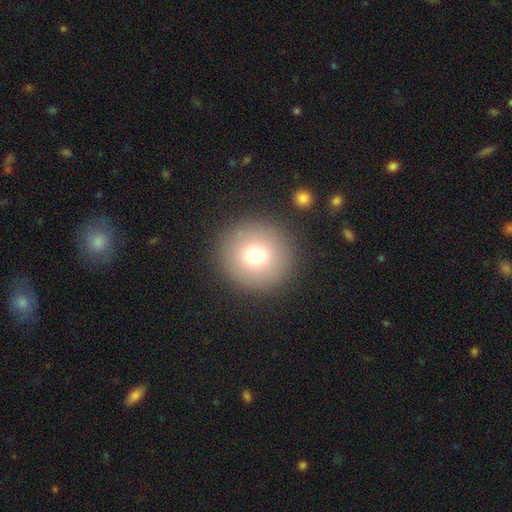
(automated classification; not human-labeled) Smooth or featured: smooth — 75% (featured or disk — 13%)
How rounded: round — 95% (in between — 4%)
Merging: none — 89% (minor disturbance — 6%)